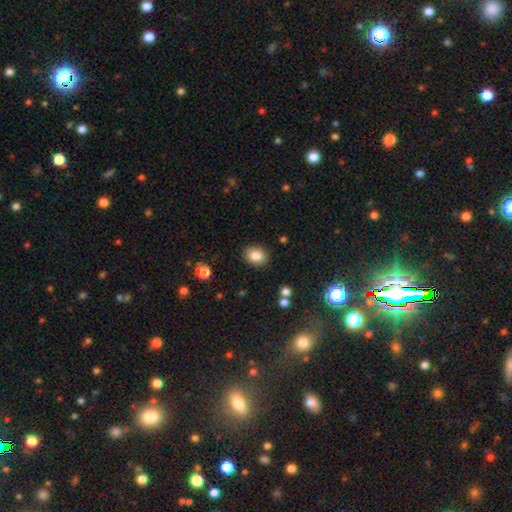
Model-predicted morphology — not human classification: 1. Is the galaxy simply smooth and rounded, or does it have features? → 83% smooth, 10% star or artifact, 7% featured or disk.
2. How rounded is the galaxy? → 52% round, 47% in between, 1% cigar-shaped.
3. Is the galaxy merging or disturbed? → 89% none, 7% minor disturbance, 2% major disturbance, 1% merger.